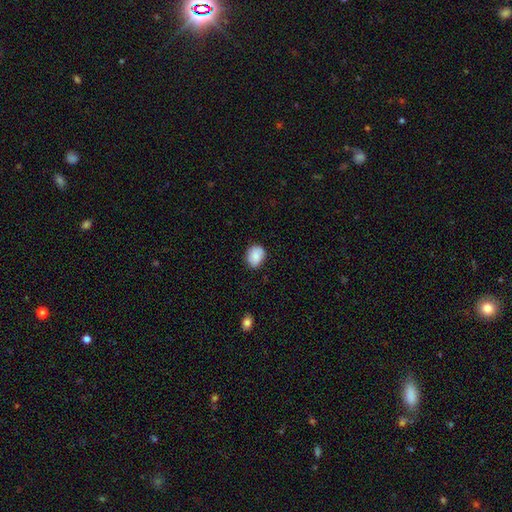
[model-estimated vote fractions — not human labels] Smooth or featured?
  - smooth: 85% *
  - star or artifact: 8%
  - featured or disk: 7%
How rounded?
  - in between: 50% *
  - round: 49%
  - cigar-shaped: 1%
Merging?
  - none: 79% *
  - minor disturbance: 17%
  - major disturbance: 3%
  - merger: 1%